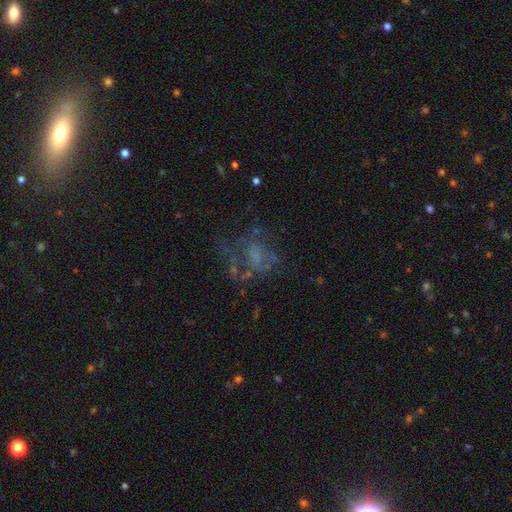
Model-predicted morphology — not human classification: This appears to be a featured or disk galaxy (50%). Merging: none (40%).